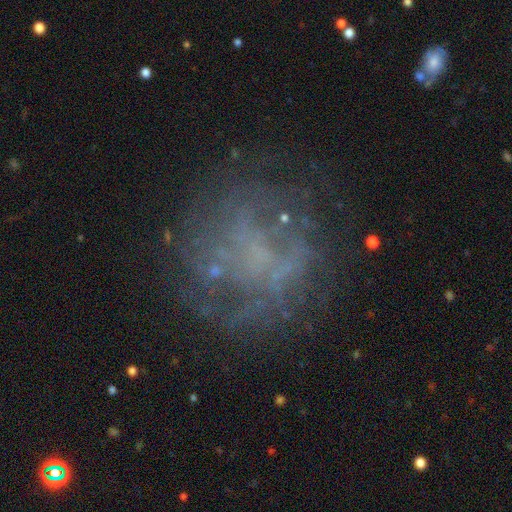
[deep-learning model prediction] featured or disk 51%, smooth 25%, star or artifact 24%. Down the decision tree: edge-on disk — no (97%); merging — none (68%).